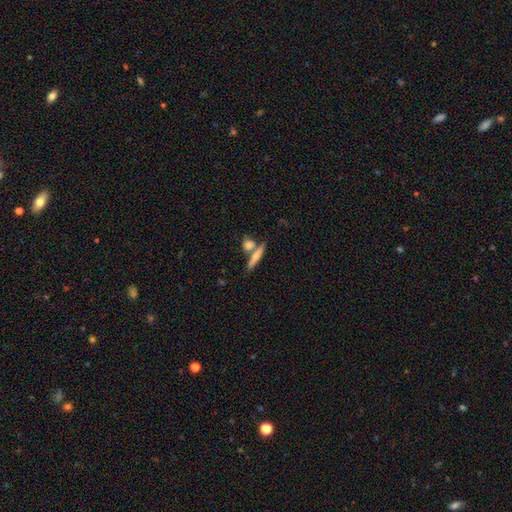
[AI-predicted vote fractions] Morphology: type=smooth (61%); roundness=cigar-shaped (73%); merging=none (58%).